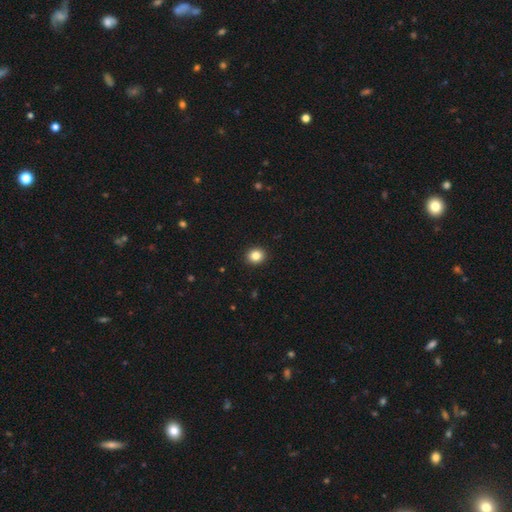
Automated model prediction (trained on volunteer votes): Q: Smooth or featured?
A: smooth (85%); runner-up: star or artifact (10%)
Q: How rounded?
A: round (77%); runner-up: in between (22%)
Q: Merging?
A: none (93%); runner-up: minor disturbance (5%)